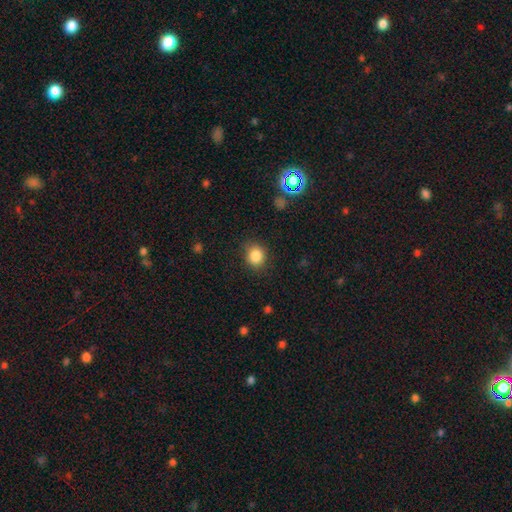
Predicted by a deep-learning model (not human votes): Overall: smooth (85%). How rounded: round (80%). Merging: none (83%).